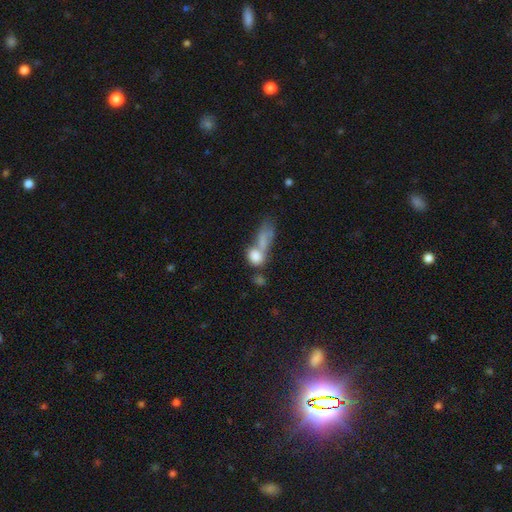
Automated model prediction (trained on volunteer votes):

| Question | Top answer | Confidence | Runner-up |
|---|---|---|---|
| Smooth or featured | smooth | 75% | featured or disk (16%) |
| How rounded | in between | 59% | round (33%) |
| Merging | merger | 62% | none (18%) |